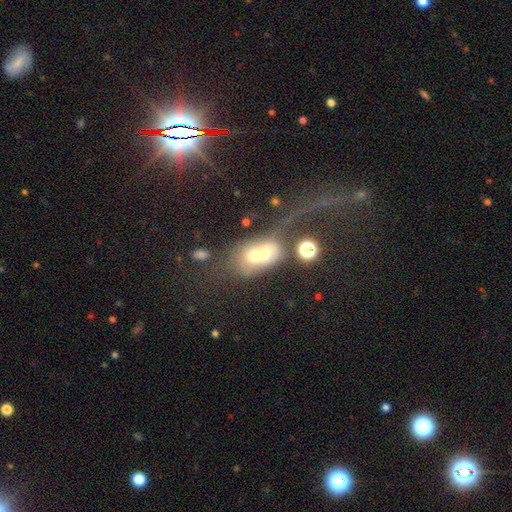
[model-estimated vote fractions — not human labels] smooth 47%, featured or disk 37%, star or artifact 17%. Down the decision tree: merging — merger (67%).